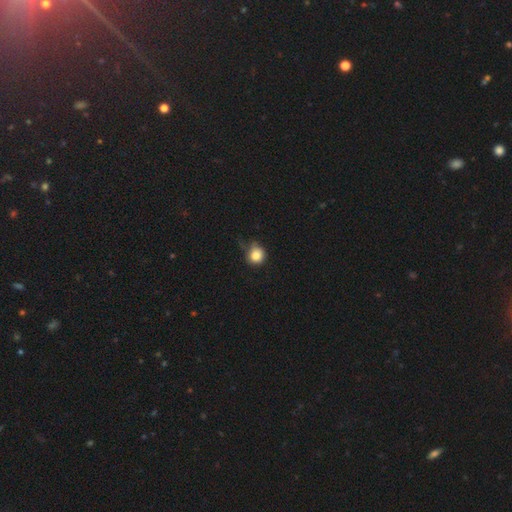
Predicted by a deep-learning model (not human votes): smooth_or_featured: smooth (p=0.81) [alt: star or artifact p=0.11]
how_rounded: round (p=0.89) [alt: in between p=0.10]
merging: none (p=0.55) [alt: minor disturbance p=0.31]